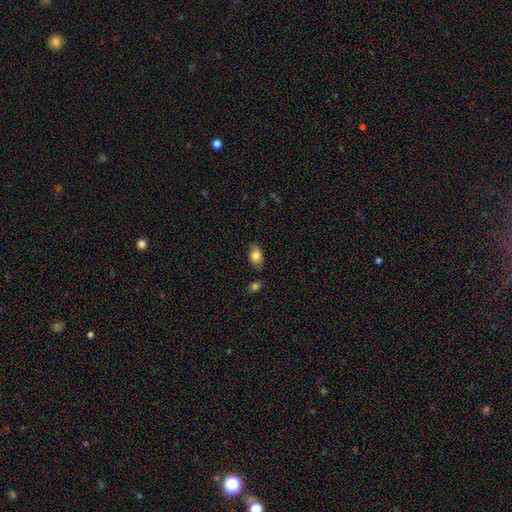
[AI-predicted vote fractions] Smooth or featured?
  - smooth: 83% *
  - featured or disk: 9%
  - star or artifact: 8%
How rounded?
  - in between: 90% *
  - round: 7%
  - cigar-shaped: 2%
Merging?
  - none: 80% *
  - minor disturbance: 13%
  - merger: 5%
  - major disturbance: 3%